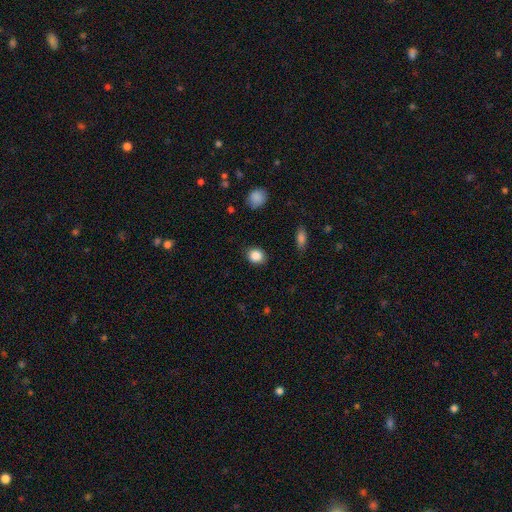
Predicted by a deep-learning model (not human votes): smooth 87%, star or artifact 9%, featured or disk 4%. Down the decision tree: how rounded — round (65%); merging — none (86%).